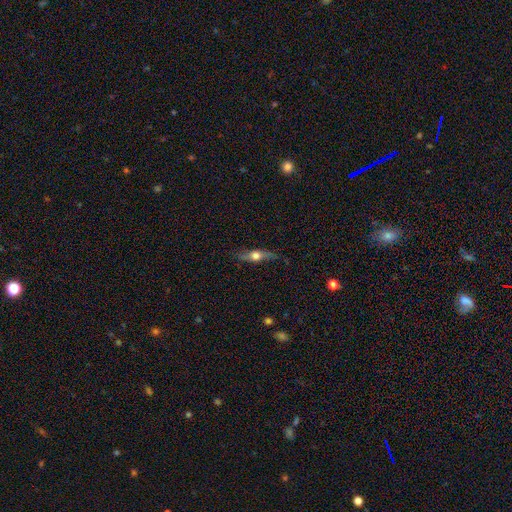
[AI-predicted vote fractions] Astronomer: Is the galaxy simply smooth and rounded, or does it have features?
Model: featured or disk — 55% (runner-up: smooth, 38%).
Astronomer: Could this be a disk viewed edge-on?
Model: yes — 89%.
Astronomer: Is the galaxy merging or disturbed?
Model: none — 77%.